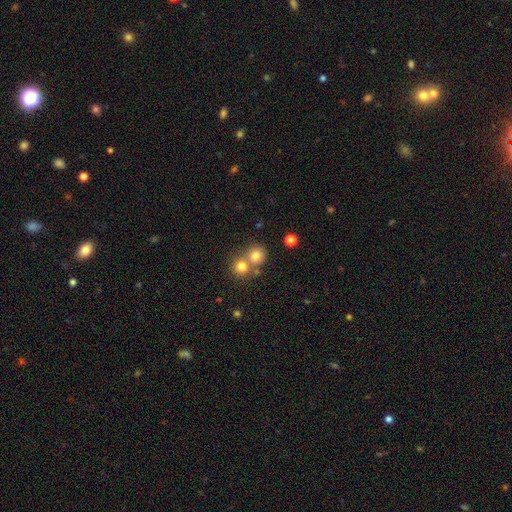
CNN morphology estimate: smooth 78%, star or artifact 13%, featured or disk 9%. Down the decision tree: how rounded — round (83%); merging — none (47%).